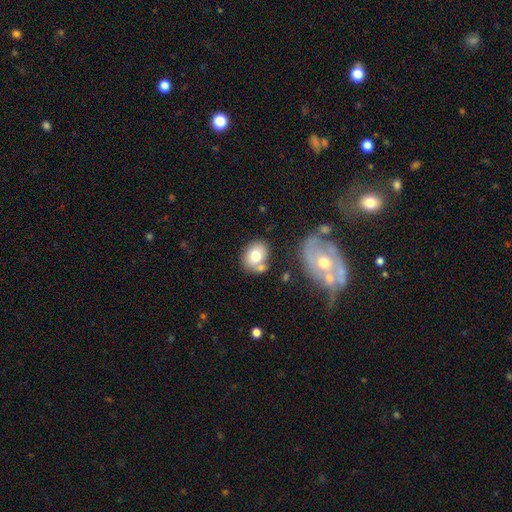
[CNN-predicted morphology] A smooth galaxy with no disk features (75%) that is round (58%).

Vote fractions:
- Smooth or featured? smooth: 75% / featured or disk: 17% / star or artifact: 8%
- How rounded? round: 58% / in between: 41% / cigar-shaped: 1%
- Merging? none: 57% / merger: 23% / minor disturbance: 15% / major disturbance: 5%